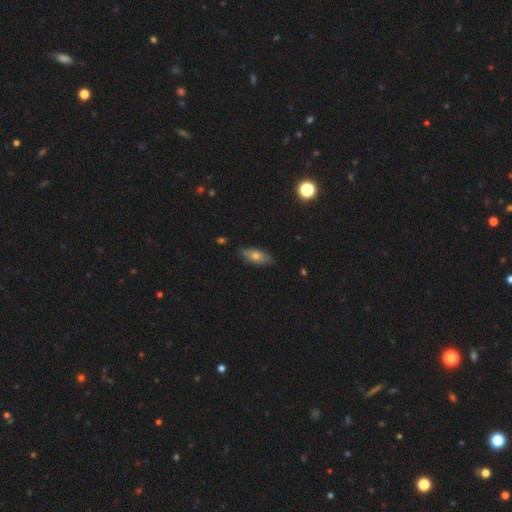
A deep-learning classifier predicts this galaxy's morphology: This is possibly a smooth galaxy (59%). How rounded: likely in between (77%). Merging: clearly none (82%).